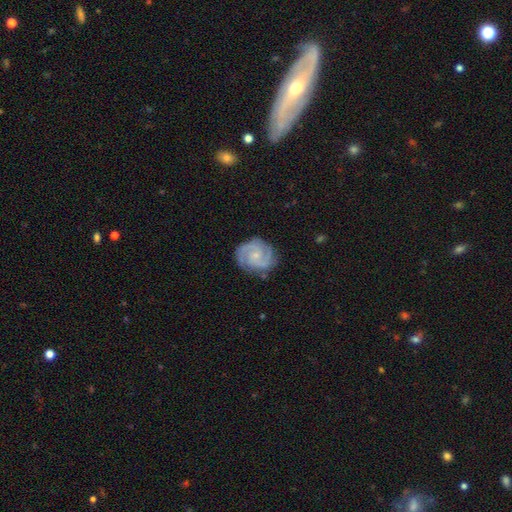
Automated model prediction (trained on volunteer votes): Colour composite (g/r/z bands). It shows a featured or disk galaxy (89%) with no bar (66%), 2 (54%) tight (55%) spiral arms (98%) and a small central bulge (73%). Merging: none (81%).